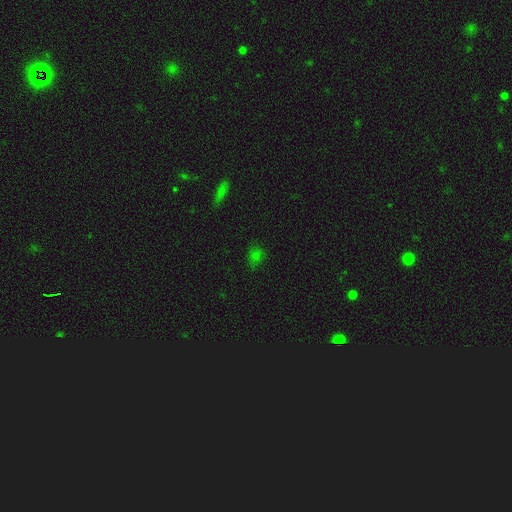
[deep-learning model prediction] The model was most divided on "how rounded": round: 64%, in between: 34%, cigar-shaped: 2%. More confident: merging — none (78%); smooth or featured — smooth (63%).